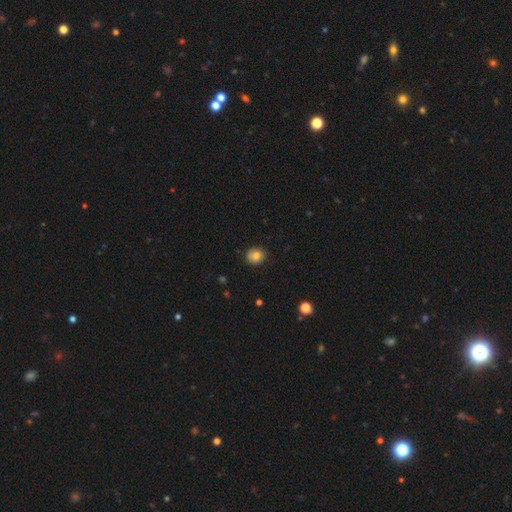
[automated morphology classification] Smooth or featured? Predicted: smooth (p=0.80). How rounded? Predicted: round (p=0.78). Merging? Predicted: none (p=0.82).